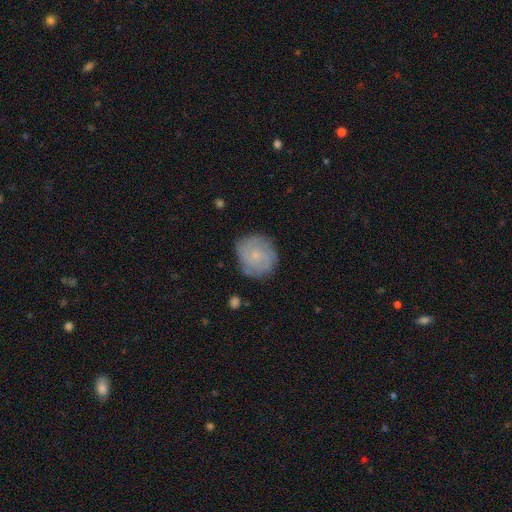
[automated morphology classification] smooth_or_featured: featured or disk (p=0.59) [alt: smooth p=0.34]
disk_edge_on: no (p=0.98) [alt: yes p=0.02]
bar: no (p=0.78) [alt: weak p=0.19]
has_spiral_arms: yes (p=0.86) [alt: no p=0.14]
bulge_size: small (p=0.74) [alt: moderate p=0.18]
merging: none (p=0.80) [alt: minor disturbance p=0.15]